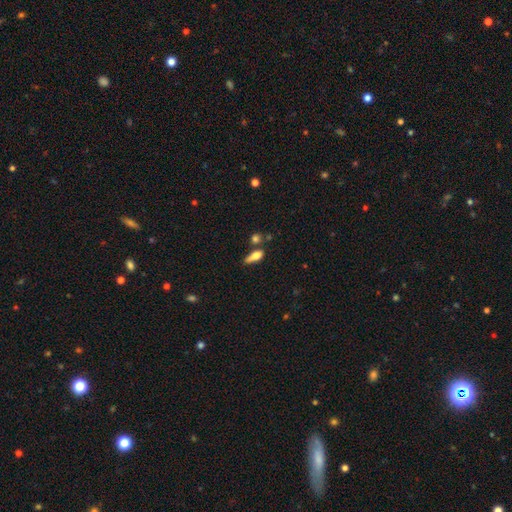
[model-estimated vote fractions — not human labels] smooth_or_featured: smooth (p=0.71) [alt: featured or disk p=0.21]
how_rounded: in between (p=0.62) [alt: cigar-shaped p=0.32]
merging: none (p=0.48) [alt: minor disturbance p=0.24]